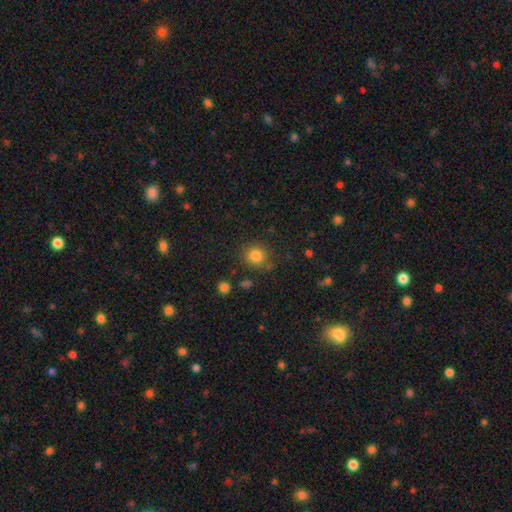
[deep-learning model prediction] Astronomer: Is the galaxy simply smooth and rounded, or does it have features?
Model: smooth — 83%.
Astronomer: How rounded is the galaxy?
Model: round — 86%.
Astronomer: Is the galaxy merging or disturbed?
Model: none — 81%.